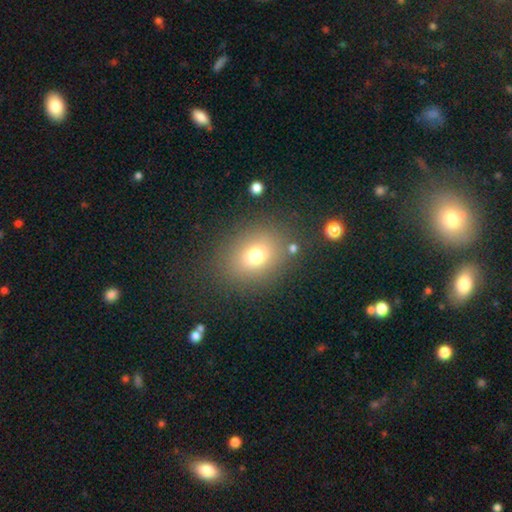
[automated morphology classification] A smooth galaxy with no disk features (72%) that is round (54%). Merging: none (81%).